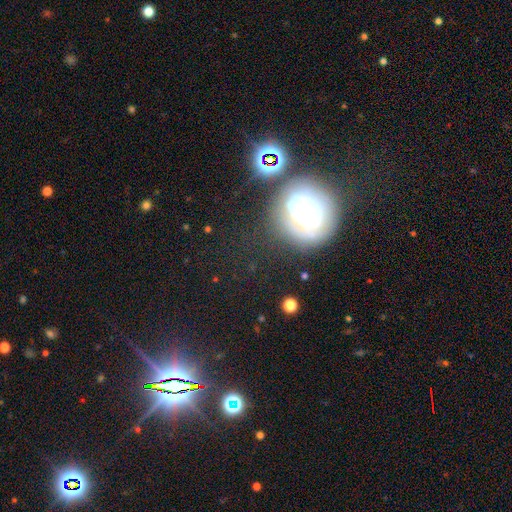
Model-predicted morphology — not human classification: The model was most divided on "smooth or featured": star or artifact: 54%, smooth: 27%, featured or disk: 19%.